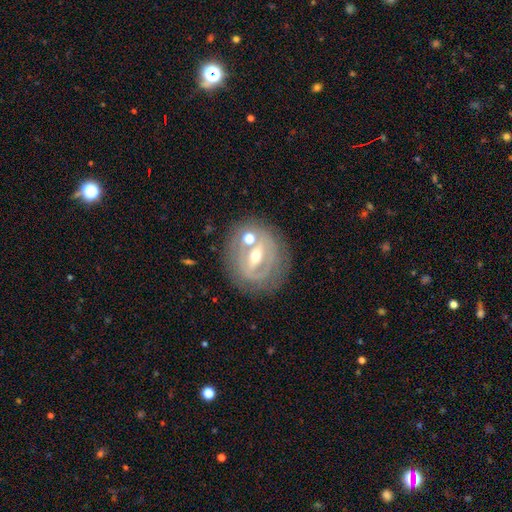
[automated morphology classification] type=featured or disk (74%); edge-on=no (91%); bar=strong (56%); spiral arms=no (54%); bulge=moderate (66%); merging=none (70%).